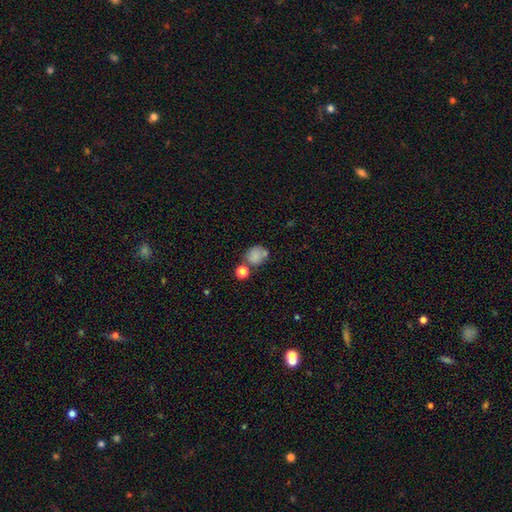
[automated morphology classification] smooth_or_featured: smooth (p=0.78) [alt: star or artifact p=0.11]
how_rounded: round (p=0.65) [alt: in between p=0.34]
merging: none (p=0.52) [alt: merger p=0.24]